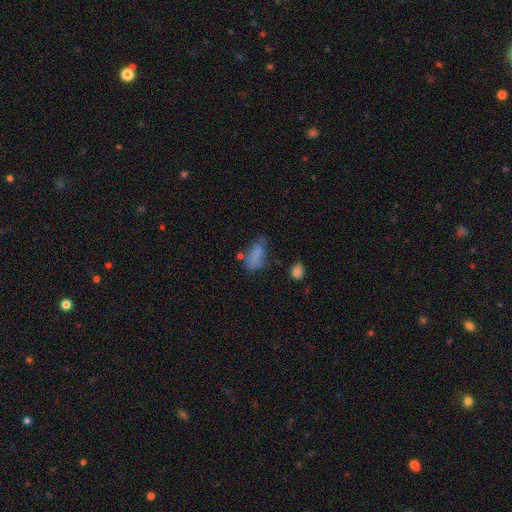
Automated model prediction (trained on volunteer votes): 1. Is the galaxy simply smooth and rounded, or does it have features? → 72% smooth, 16% featured or disk, 12% star or artifact.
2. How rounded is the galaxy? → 88% in between, 6% cigar-shaped, 6% round.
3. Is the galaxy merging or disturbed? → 43% none, 30% minor disturbance, 18% major disturbance, 9% merger.